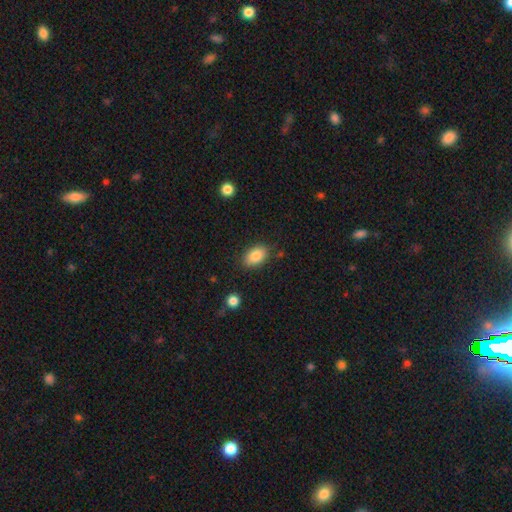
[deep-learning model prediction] smooth_or_featured: smooth (p=0.85) [alt: star or artifact p=0.08]
how_rounded: in between (p=0.89) [alt: round p=0.09]
merging: none (p=0.83) [alt: minor disturbance p=0.12]